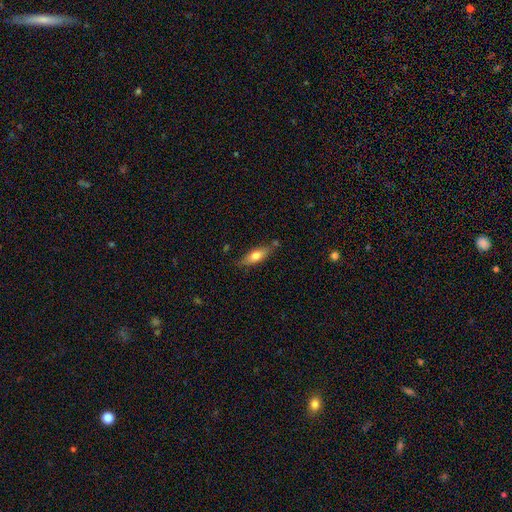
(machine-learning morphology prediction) smooth_or_featured: smooth (p=0.68) [alt: featured or disk p=0.25]
how_rounded: in between (p=0.61) [alt: cigar-shaped p=0.37]
merging: none (p=0.73) [alt: minor disturbance p=0.18]